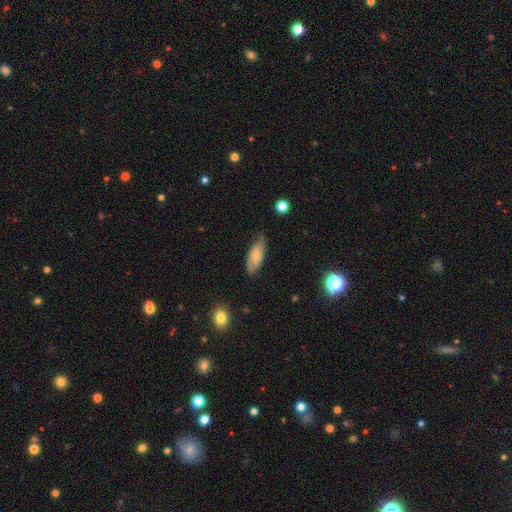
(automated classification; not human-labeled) This appears to be a smooth galaxy with no disk features (62%) that is in between round and cigar-shaped (78%). Merging: none (69%).